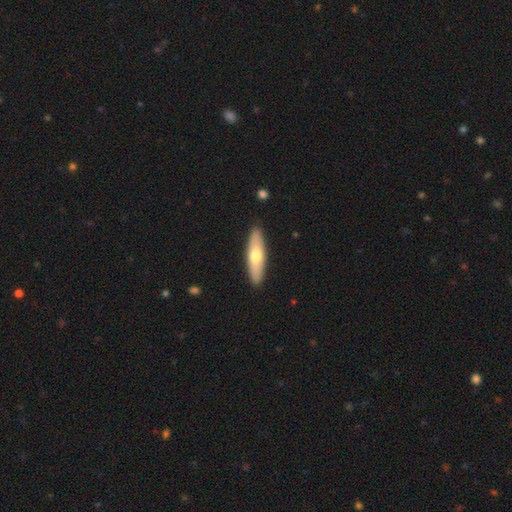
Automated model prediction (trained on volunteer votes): Smooth or featured: smooth — 59% (featured or disk — 36%)
How rounded: cigar-shaped — 64% (in between — 34%)
Merging: none — 90% (minor disturbance — 8%)